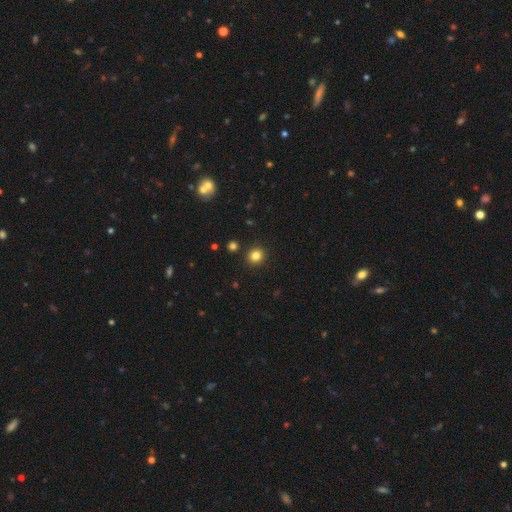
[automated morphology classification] This appears to be a smooth galaxy with no disk features (83%) that is round (88%). Merging: none (90%).